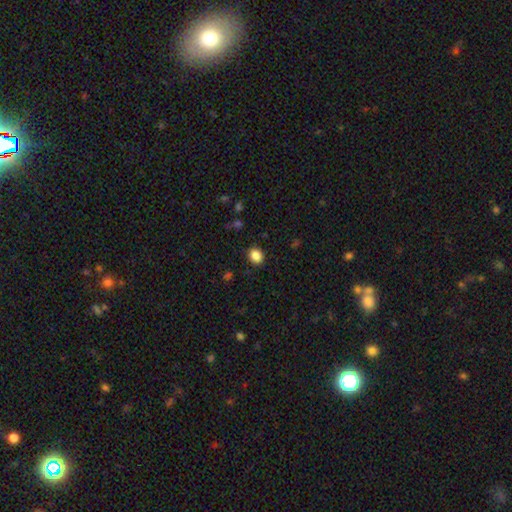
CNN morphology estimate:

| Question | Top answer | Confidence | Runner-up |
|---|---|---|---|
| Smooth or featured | smooth | 87% | star or artifact (10%) |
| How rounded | round | 53% | in between (47%) |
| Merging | none | 89% | minor disturbance (7%) |